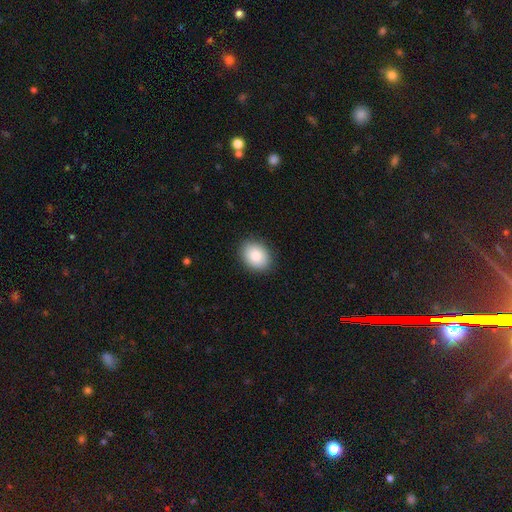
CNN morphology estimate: The model was most divided on "how rounded": in between: 57%, round: 42%, cigar-shaped: 1%. More confident: merging — none (89%); smooth or featured — smooth (85%).